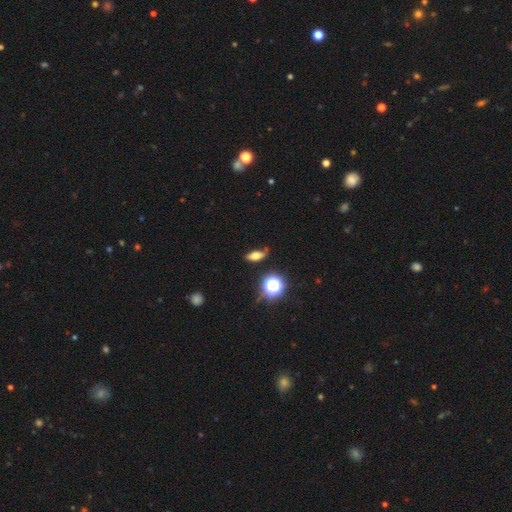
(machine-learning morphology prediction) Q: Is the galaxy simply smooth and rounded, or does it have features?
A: smooth — 64%.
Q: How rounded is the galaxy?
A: in between — 67%.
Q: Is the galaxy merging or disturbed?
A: none — 77%.